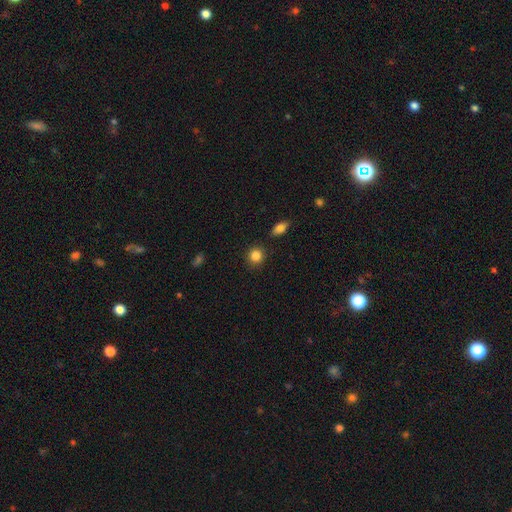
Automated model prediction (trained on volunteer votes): Overall: smooth (86%). How rounded: round (88%). Merging: none (88%).